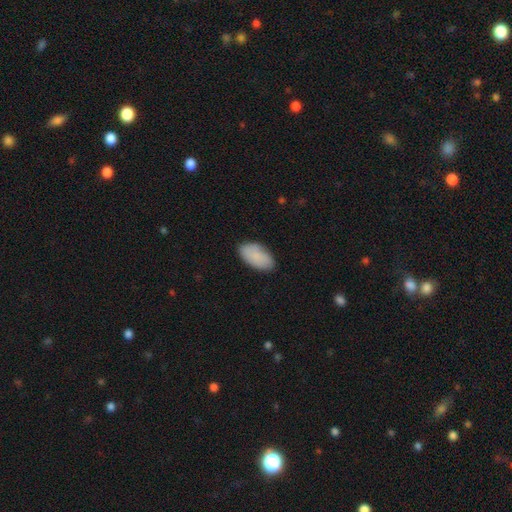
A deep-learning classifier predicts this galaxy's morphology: The model was most divided on "merging": none: 83%, minor disturbance: 13%, major disturbance: 3%, merger: 1%. More confident: how rounded — in between (95%); smooth or featured — smooth (87%).